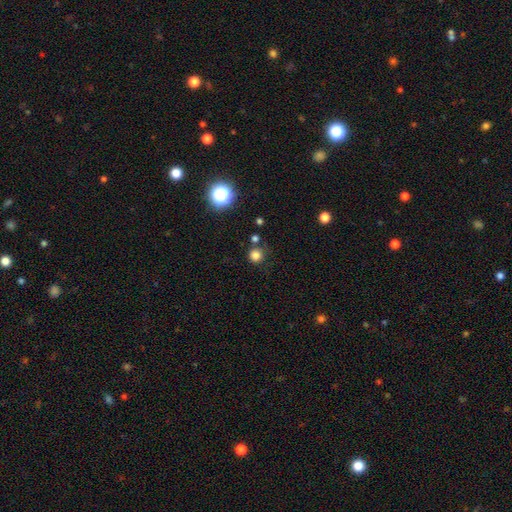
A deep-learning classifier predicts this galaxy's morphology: This appears to be a smooth galaxy with no disk features (79%) that is round (93%). Merging: none (76%).